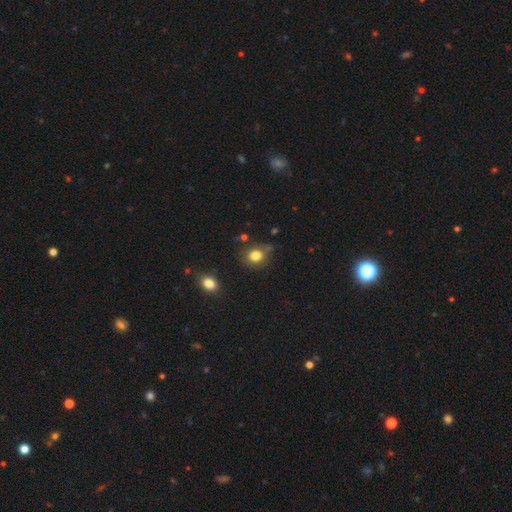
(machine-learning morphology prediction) smooth-or-featured: smooth: 82% | star or artifact: 11% | featured or disk: 7%
  how-rounded: round: 69% | in between: 30% | cigar-shaped: 1%
  merging: none: 72% | minor disturbance: 17% | merger: 6% | major disturbance: 5%